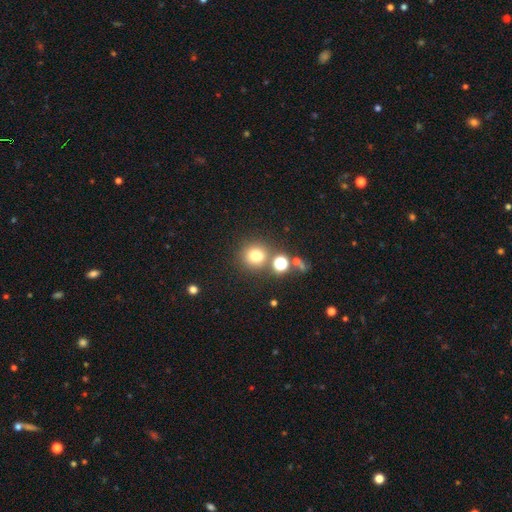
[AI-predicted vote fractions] smooth-or-featured: smooth: 74% | star or artifact: 18% | featured or disk: 8%
  how-rounded: round: 89% | in between: 10% | cigar-shaped: 1%
  merging: none: 74% | merger: 14% | minor disturbance: 8% | major disturbance: 4%